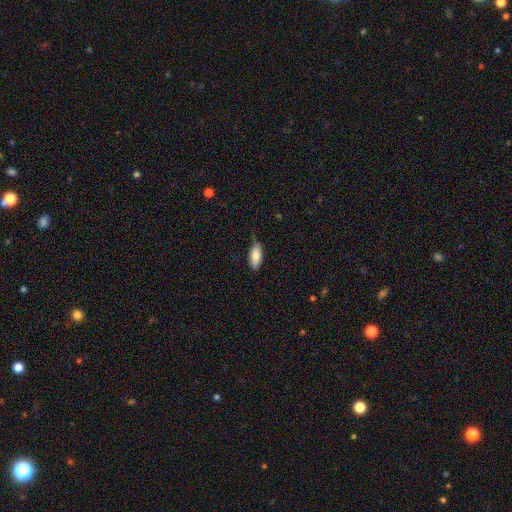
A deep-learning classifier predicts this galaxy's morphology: This is clearly a smooth galaxy (83%). How rounded: clearly in between (83%). Merging: likely none (61%).